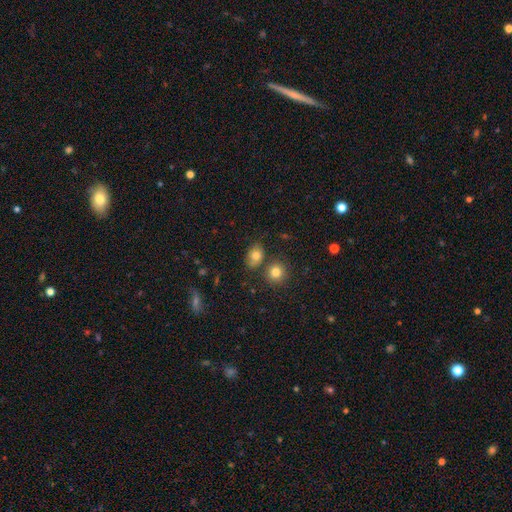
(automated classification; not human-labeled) The model was most divided on "how rounded": in between: 67%, round: 32%, cigar-shaped: 1%. More confident: smooth or featured — smooth (79%); merging — none (67%).